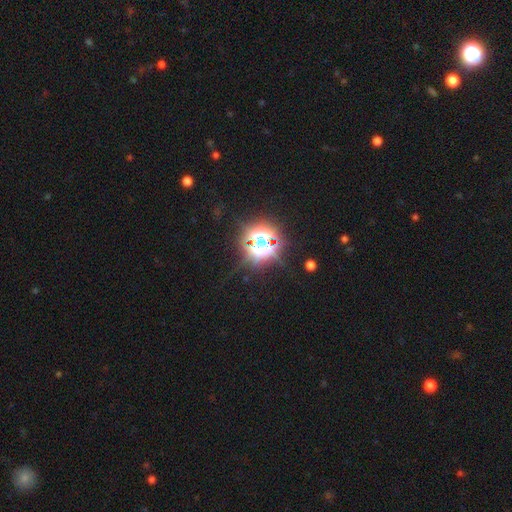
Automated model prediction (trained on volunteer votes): Smooth or featured? Predicted: star or artifact (p=0.84).